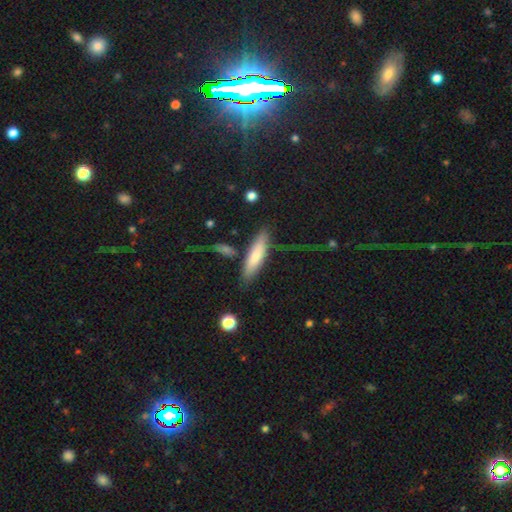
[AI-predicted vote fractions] This appears to be a smooth galaxy with no disk features (69%) that is cigar-shaped (61%). Merging: none (58%).